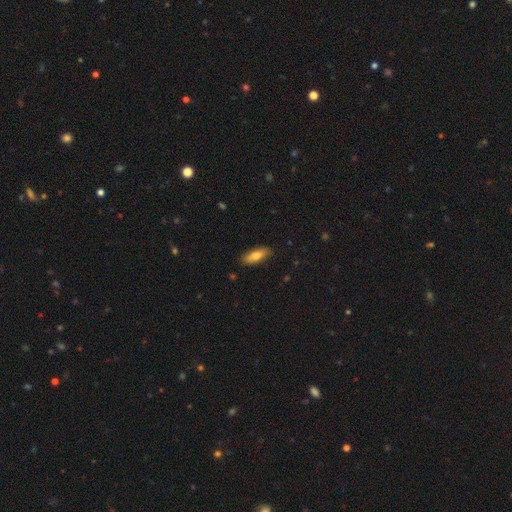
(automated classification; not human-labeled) Smooth or featured? Predicted: smooth (p=0.75). How rounded? Predicted: in between (p=0.69). Merging? Predicted: none (p=0.86).